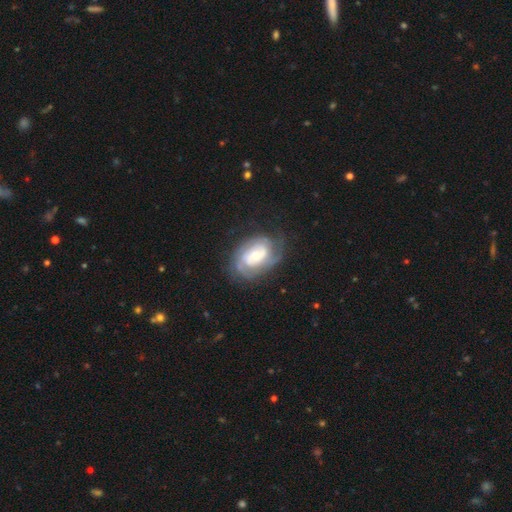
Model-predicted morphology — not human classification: Q: Smooth or featured?
A: featured or disk (81%); runner-up: smooth (13%)
Q: Edge-on disk?
A: no (97%); runner-up: yes (3%)
Q: Bar?
A: no (61%); runner-up: weak (31%)
Q: Spiral arms?
A: yes (93%); runner-up: no (7%)
Q: Spiral winding?
A: tight (59%); runner-up: medium (32%)
Q: Spiral arm count?
A: 2 (41%); runner-up: can't tell (27%)
Q: Bulge size?
A: moderate (54%); runner-up: small (36%)
Q: Merging?
A: none (67%); runner-up: minor disturbance (20%)